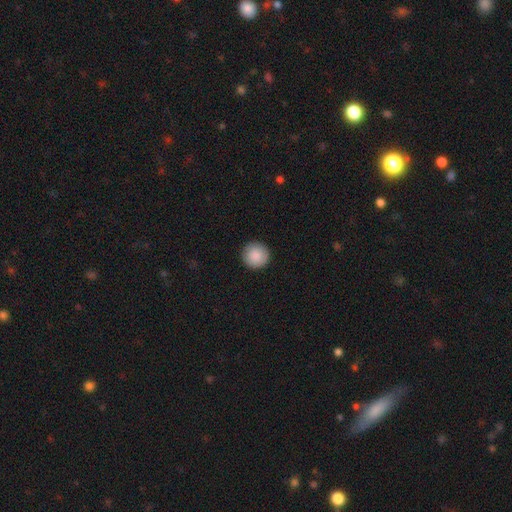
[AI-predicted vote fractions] The model was most divided on "smooth or featured": smooth: 88%, star or artifact: 7%, featured or disk: 4%. More confident: how rounded — round (96%); merging — none (92%).